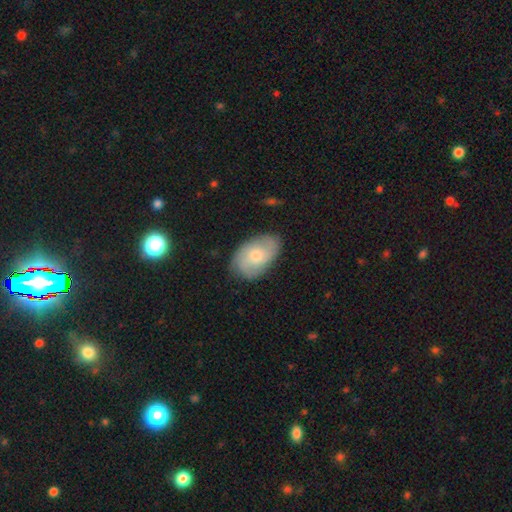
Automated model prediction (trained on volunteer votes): Smooth or featured?
  - featured or disk: 53% *
  - smooth: 39%
  - star or artifact: 7%
Edge-on disk?
  - no: 95% *
  - yes: 5%
Bar?
  - no: 75% *
  - weak: 22%
  - strong: 3%
Spiral arms?
  - yes: 84% *
  - no: 16%
Bulge size?
  - small: 51% *
  - moderate: 43%
  - large: 2%
  - none: 2%
  - dominant: 1%
Merging?
  - none: 78% *
  - minor disturbance: 16%
  - major disturbance: 4%
  - merger: 1%